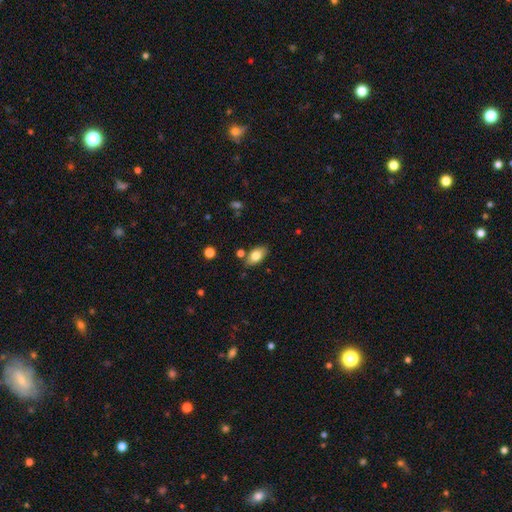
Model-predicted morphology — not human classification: This appears to be a smooth galaxy with no disk features (78%) that is in between round and cigar-shaped (91%). Merging: none (80%).